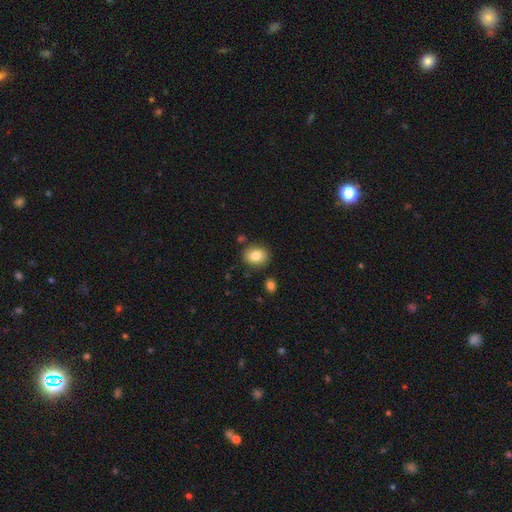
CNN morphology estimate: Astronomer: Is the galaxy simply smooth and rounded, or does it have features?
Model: smooth — 83%.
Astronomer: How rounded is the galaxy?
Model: round — 52% (runner-up: in between, 47%).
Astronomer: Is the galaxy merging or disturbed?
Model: none — 83%.